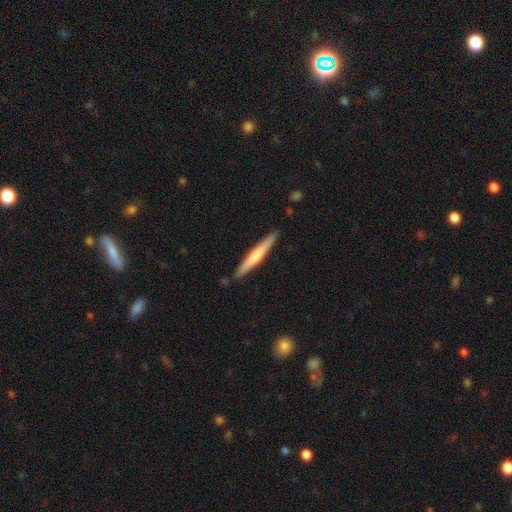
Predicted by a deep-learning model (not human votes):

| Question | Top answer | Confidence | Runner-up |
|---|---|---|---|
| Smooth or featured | smooth | 51% | featured or disk (44%) |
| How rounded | cigar-shaped | 96% | in between (3%) |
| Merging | none | 88% | minor disturbance (8%) |